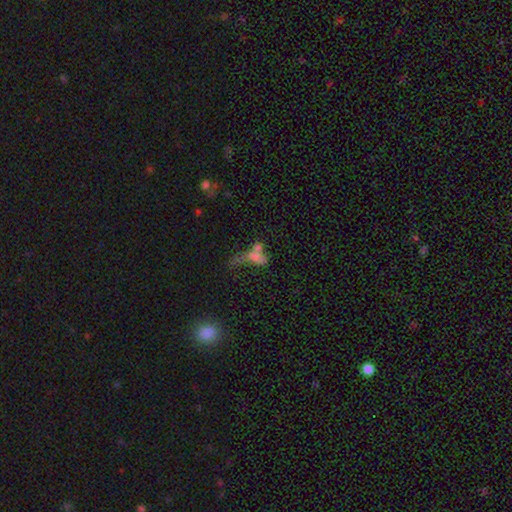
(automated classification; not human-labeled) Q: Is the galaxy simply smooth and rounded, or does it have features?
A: smooth — 57%.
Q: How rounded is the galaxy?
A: in between — 70%.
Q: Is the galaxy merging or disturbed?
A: merger — 45%.